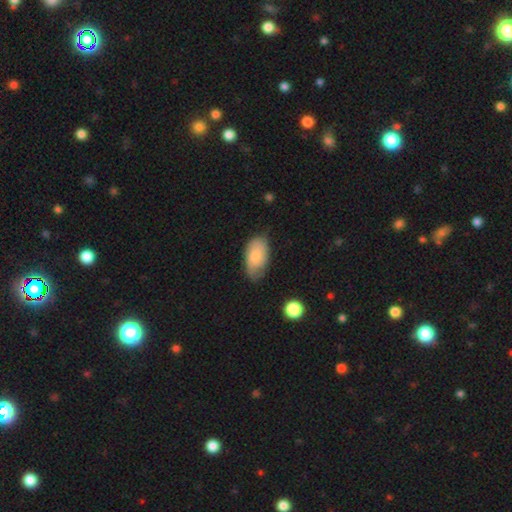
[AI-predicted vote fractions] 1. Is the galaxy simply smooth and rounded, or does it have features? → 67% smooth, 26% featured or disk, 7% star or artifact.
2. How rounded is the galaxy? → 94% in between, 4% round, 2% cigar-shaped.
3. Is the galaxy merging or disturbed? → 64% none, 28% minor disturbance, 6% major disturbance, 2% merger.